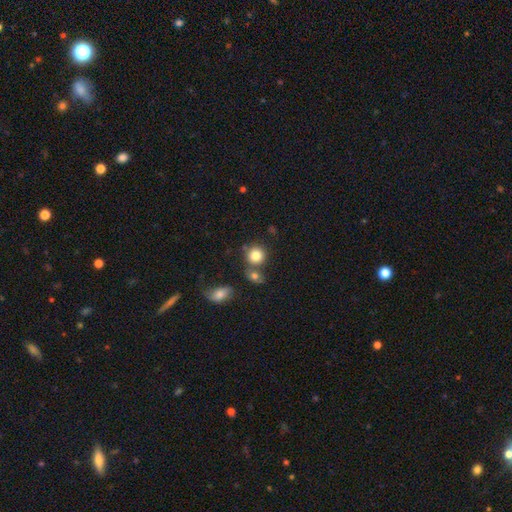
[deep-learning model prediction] This is clearly a smooth galaxy (82%). How rounded: clearly round (85%). Merging: likely none (63%).